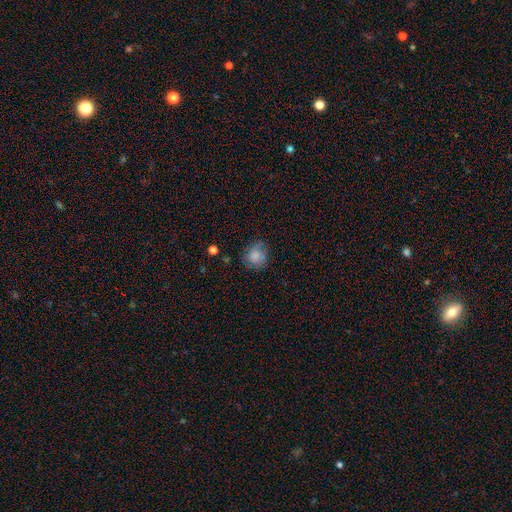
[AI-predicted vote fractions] Smooth or featured?
  - smooth: 80% *
  - featured or disk: 11%
  - star or artifact: 9%
How rounded?
  - round: 80% *
  - in between: 19%
  - cigar-shaped: 1%
Merging?
  - none: 69% *
  - minor disturbance: 22%
  - major disturbance: 7%
  - merger: 2%